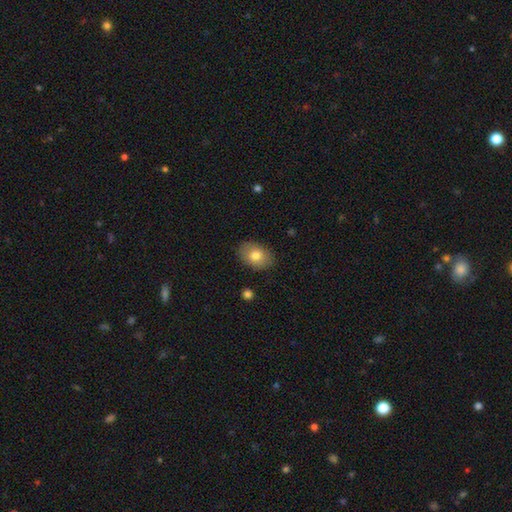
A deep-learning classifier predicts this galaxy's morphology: Smooth or featured? smooth (78%)
How rounded? in between (79%)
Merging? none (86%)